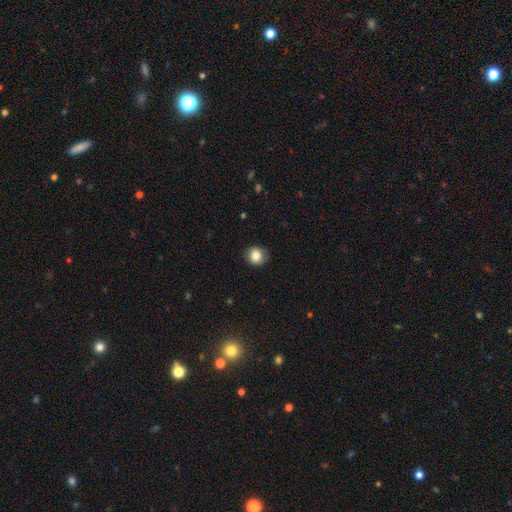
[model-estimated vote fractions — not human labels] Smooth or featured? Predicted: smooth (p=0.83). How rounded? Predicted: round (p=0.82). Merging? Predicted: none (p=0.85).